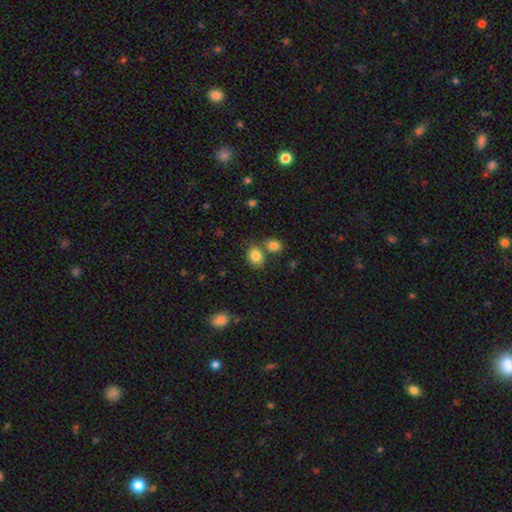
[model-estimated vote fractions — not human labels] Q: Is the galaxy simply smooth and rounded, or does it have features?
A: smooth — 84%.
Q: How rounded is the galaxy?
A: in between — 55%.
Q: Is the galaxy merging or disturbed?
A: none — 61%.